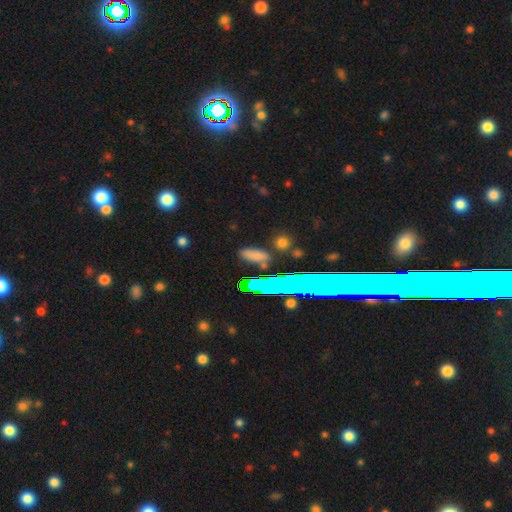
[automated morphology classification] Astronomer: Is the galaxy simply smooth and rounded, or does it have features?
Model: smooth — 71%.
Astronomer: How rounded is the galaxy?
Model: in between — 73%.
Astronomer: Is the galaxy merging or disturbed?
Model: none — 79%.